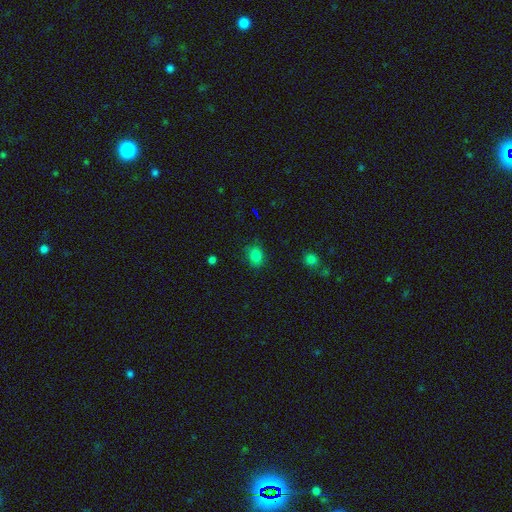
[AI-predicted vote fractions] smooth-or-featured: smooth: 82% | star or artifact: 13% | featured or disk: 5%
  how-rounded: in between: 54% | round: 45% | cigar-shaped: 1%
  merging: none: 82% | minor disturbance: 13% | major disturbance: 3% | merger: 2%